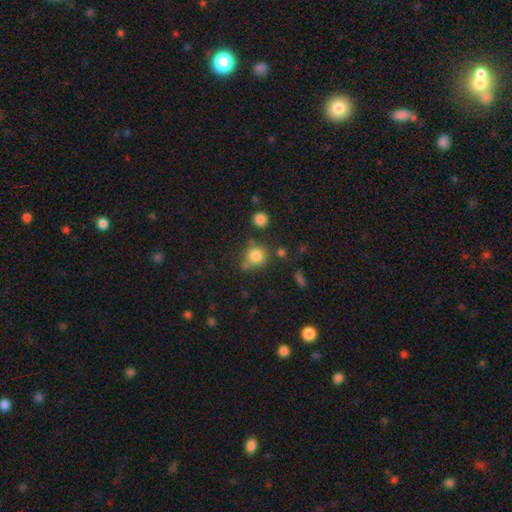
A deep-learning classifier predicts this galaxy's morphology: A smooth galaxy with no disk features (80%) that is round (86%).

Vote fractions:
- Smooth or featured? smooth: 80% / star or artifact: 12% / featured or disk: 7%
- How rounded? round: 86% / in between: 12% / cigar-shaped: 1%
- Merging? none: 64% / minor disturbance: 16% / merger: 15% / major disturbance: 6%